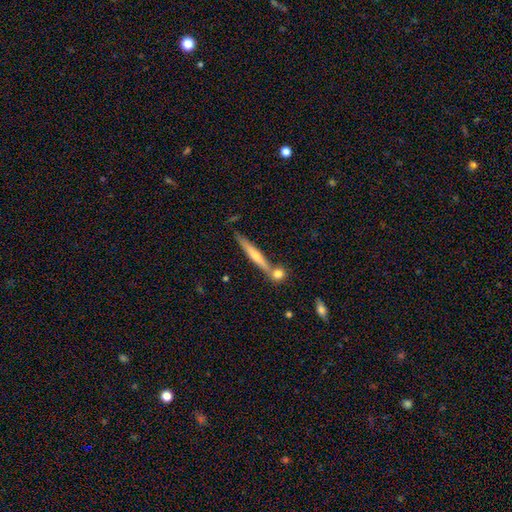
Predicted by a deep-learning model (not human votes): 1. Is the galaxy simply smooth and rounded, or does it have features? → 66% featured or disk, 26% smooth, 8% star or artifact.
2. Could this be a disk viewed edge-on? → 97% yes, 3% no.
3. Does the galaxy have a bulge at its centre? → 78% rounded, 17% none, 5% boxy.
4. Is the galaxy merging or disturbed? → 79% none, 10% merger, 9% minor disturbance, 2% major disturbance.